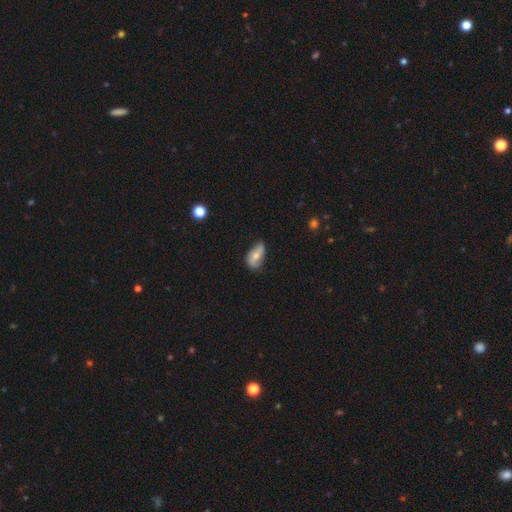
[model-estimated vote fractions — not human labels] Smooth or featured? smooth (54%)
How rounded? in between (89%)
Merging? none (50%)